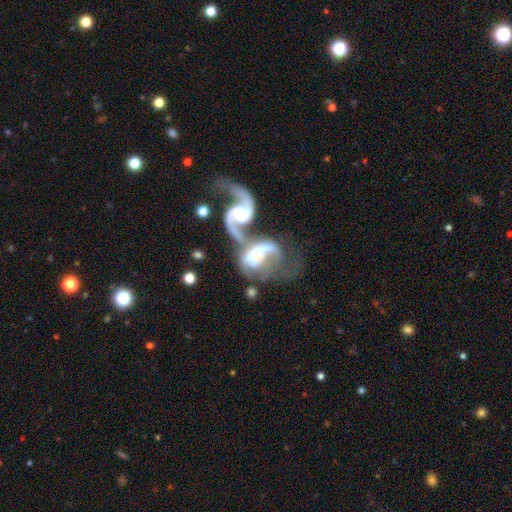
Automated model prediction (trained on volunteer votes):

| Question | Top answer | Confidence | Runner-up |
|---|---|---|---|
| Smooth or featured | featured or disk | 76% | smooth (17%) |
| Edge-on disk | no | 97% | yes (3%) |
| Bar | no | 52% | weak (32%) |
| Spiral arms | yes | 83% | no (17%) |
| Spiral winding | loose | 58% | medium (31%) |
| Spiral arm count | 2 | 71% | 1 (15%) |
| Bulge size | small | 30% | moderate (28%) |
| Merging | merger | 71% | major disturbance (16%) |